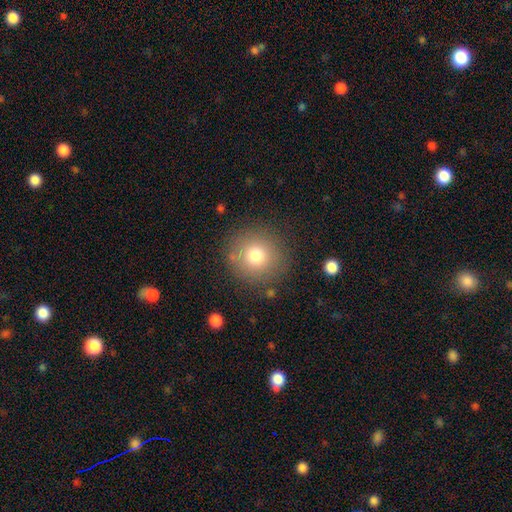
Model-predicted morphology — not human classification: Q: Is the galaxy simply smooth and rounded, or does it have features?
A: smooth — 76%.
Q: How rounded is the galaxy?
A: round — 94%.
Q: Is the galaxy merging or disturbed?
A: none — 85%.